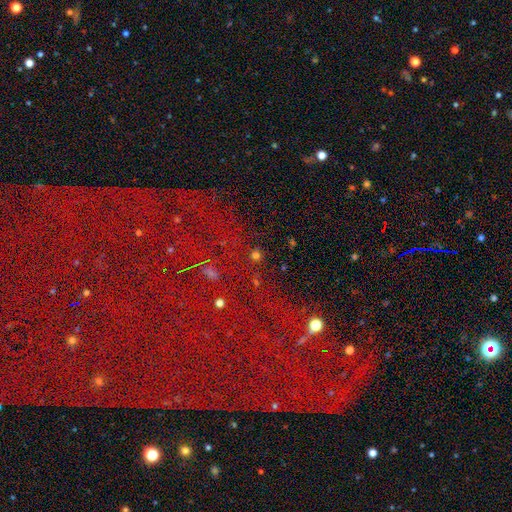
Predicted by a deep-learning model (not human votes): smooth-or-featured: smooth: 51% | star or artifact: 41% | featured or disk: 9%
  how-rounded: round: 87% | in between: 11% | cigar-shaped: 2%
  merging: none: 79% | minor disturbance: 9% | merger: 6% | major disturbance: 5%